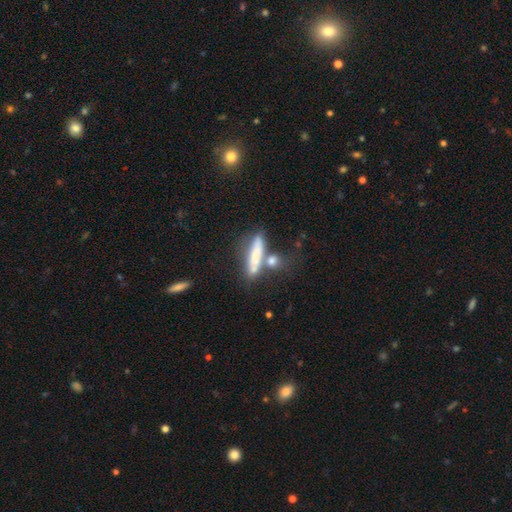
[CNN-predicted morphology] smooth_or_featured: smooth (p=0.64) [alt: featured or disk p=0.27]
how_rounded: cigar-shaped (p=0.70) [alt: in between p=0.26]
merging: none (p=0.42) [alt: merger p=0.31]